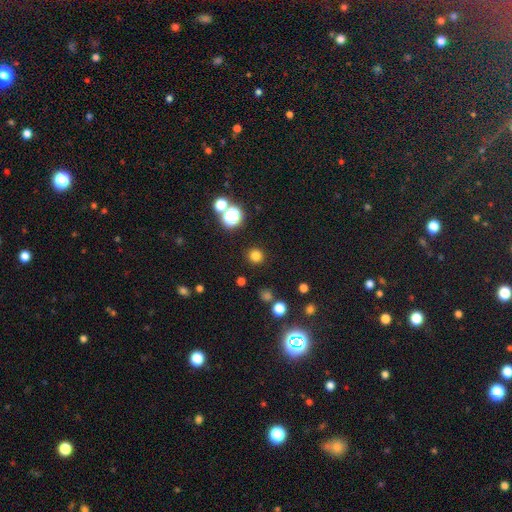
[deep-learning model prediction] This appears to be a smooth galaxy with no disk features (77%) that is round (95%). Merging: none (90%).